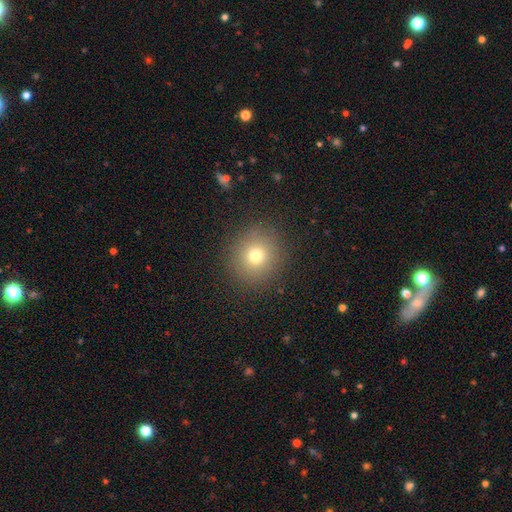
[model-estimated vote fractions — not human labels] Q: Smooth or featured?
A: smooth (73%); runner-up: star or artifact (16%)
Q: How rounded?
A: round (91%); runner-up: in between (9%)
Q: Merging?
A: none (89%); runner-up: minor disturbance (7%)